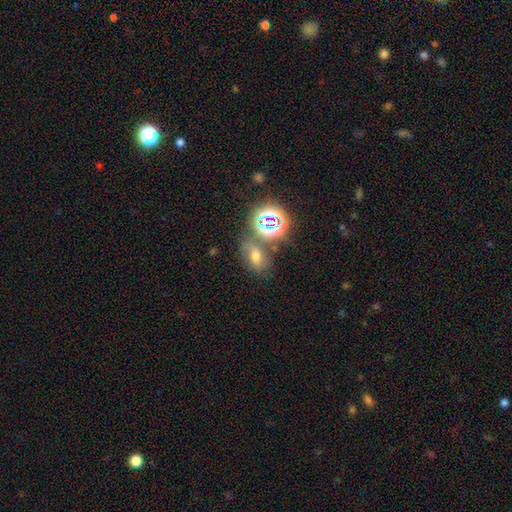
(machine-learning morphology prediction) This appears to be a smooth galaxy with no disk features (49%). Merging: none (62%).